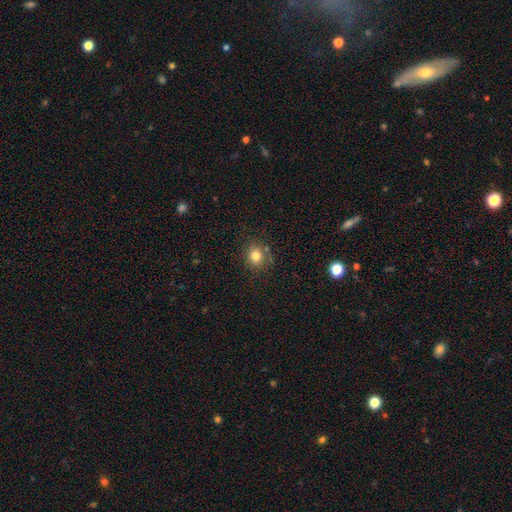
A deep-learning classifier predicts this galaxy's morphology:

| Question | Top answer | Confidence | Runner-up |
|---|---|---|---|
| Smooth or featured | smooth | 80% | star or artifact (13%) |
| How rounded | round | 78% | in between (21%) |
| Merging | none | 77% | minor disturbance (14%) |